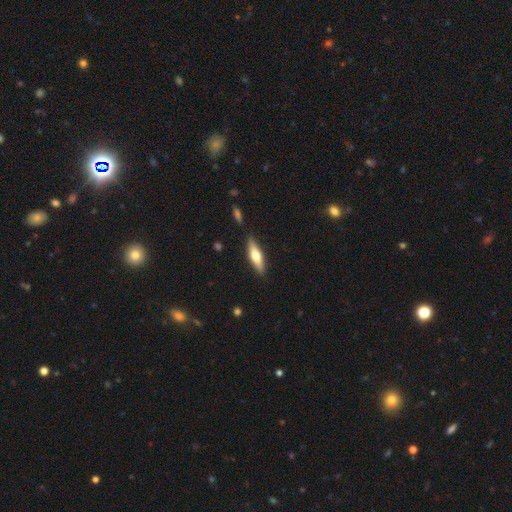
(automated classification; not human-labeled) The model was most divided on "smooth or featured": smooth: 52%, featured or disk: 43%, star or artifact: 6%. More confident: merging — none (87%); how rounded — cigar-shaped (62%).